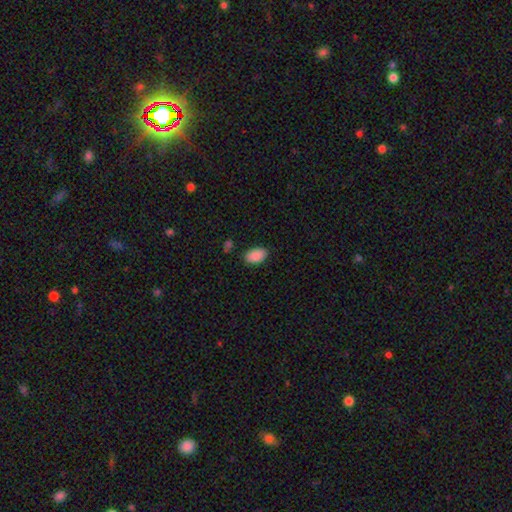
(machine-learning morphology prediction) Smooth or featured? smooth (90%)
How rounded? in between (93%)
Merging? none (84%)